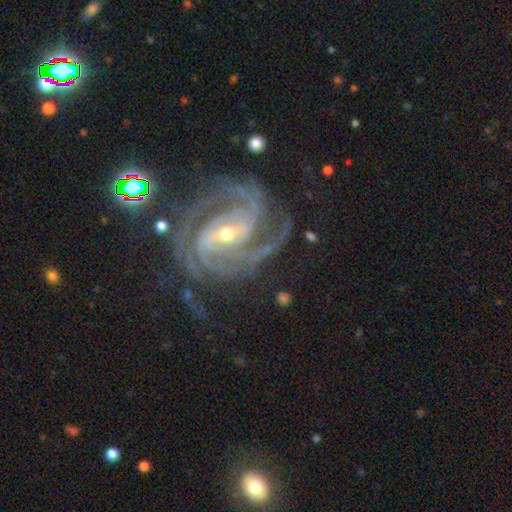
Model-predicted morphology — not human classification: A featured or disk galaxy (92%) with a strong bar (44%), 3 (38%) tight (53%) spiral arms (99%) and a small central bulge (59%).

Vote fractions:
- Smooth or featured? featured or disk: 92% / star or artifact: 5% / smooth: 2%
- Edge-on disk? no: 98% / yes: 2%
- Bar? strong: 44% / weak: 37% / no: 19%
- Spiral arms? yes: 99% / no: 1%
- Spiral winding? tight: 53% / medium: 42% / loose: 5%
- Spiral arm count? 3: 38% / 2: 26% / 4: 15% / can't tell: 9% / more than 4: 6% / 1: 6%
- Bulge size? small: 59% / moderate: 38% / large: 1% / none: 1% / dominant: 1%
- Merging? none: 67% / minor disturbance: 19% / major disturbance: 12% / merger: 2%